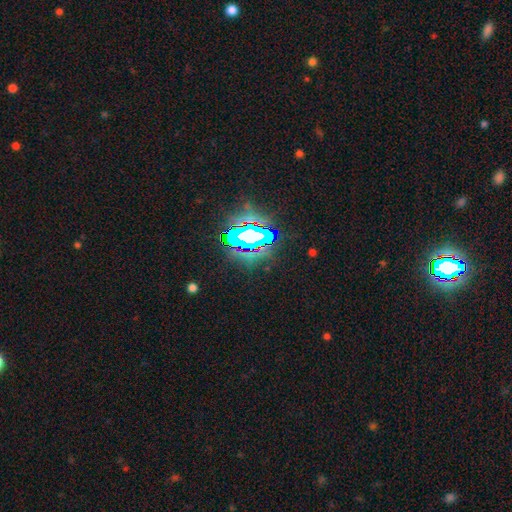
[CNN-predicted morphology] type=star or artifact (84%).